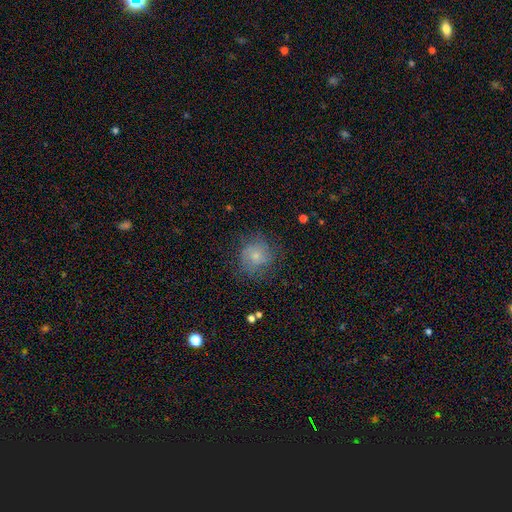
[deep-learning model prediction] Smooth or featured?
  - smooth: 66% *
  - featured or disk: 25%
  - star or artifact: 10%
How rounded?
  - round: 85% *
  - in between: 14%
  - cigar-shaped: 1%
Merging?
  - none: 67% *
  - minor disturbance: 21%
  - major disturbance: 11%
  - merger: 1%